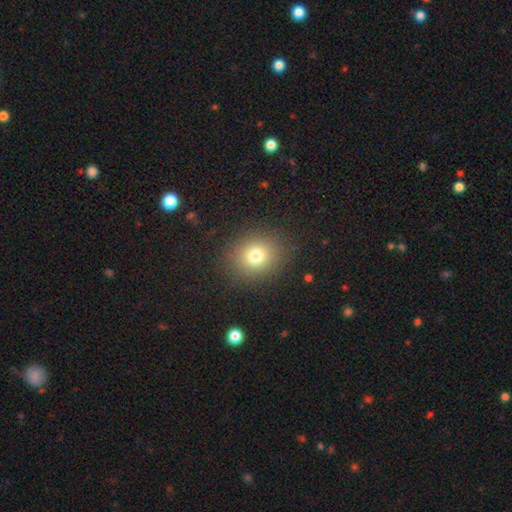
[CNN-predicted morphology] smooth 76%, star or artifact 15%, featured or disk 9%. Down the decision tree: how rounded — round (72%); merging — none (87%).